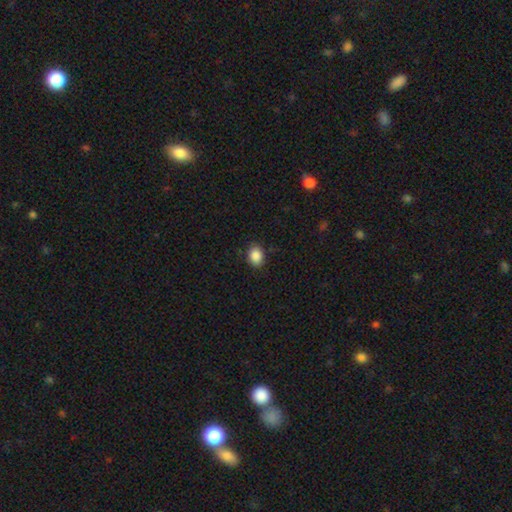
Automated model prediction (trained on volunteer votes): This appears to be a smooth galaxy with no disk features (88%) that is in between round and cigar-shaped (58%). Merging: none (85%).